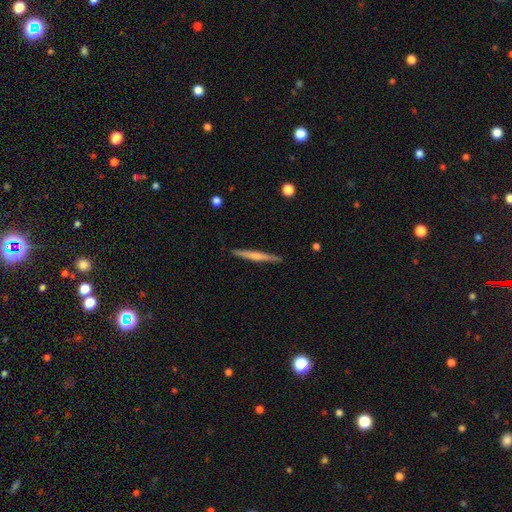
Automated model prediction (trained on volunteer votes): A smooth galaxy with no disk features (48%).

Vote fractions:
- Smooth or featured? smooth: 48% / featured or disk: 47% / star or artifact: 5%
- Merging? none: 89% / minor disturbance: 8% / major disturbance: 1% / merger: 1%